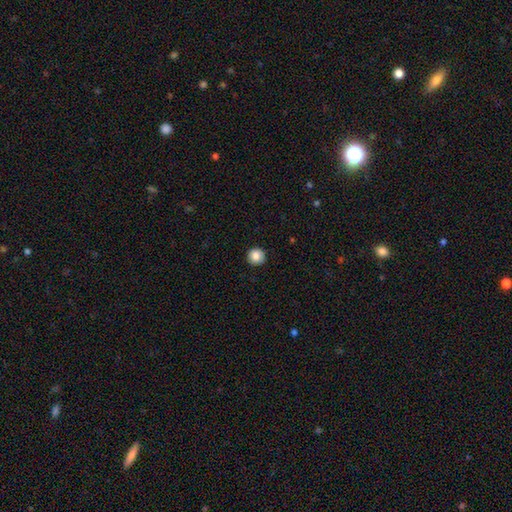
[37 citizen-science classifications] Q: Smooth or featured?
A: smooth (86%); runner-up: featured or disk (8%)
Q: How rounded?
A: round (100%)
Q: Merging?
A: none (94%); runner-up: minor disturbance (6%)